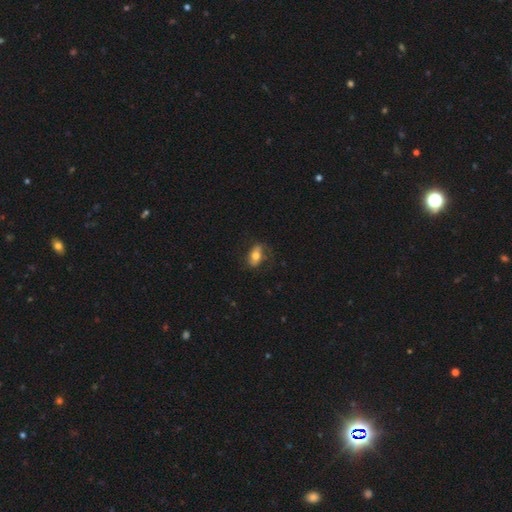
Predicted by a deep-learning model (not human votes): Smooth or featured: smooth — 61% (featured or disk — 31%)
How rounded: in between — 85% (round — 10%)
Merging: none — 67% (minor disturbance — 21%)